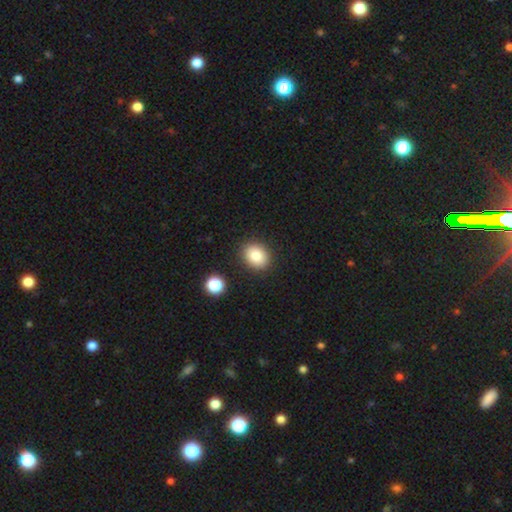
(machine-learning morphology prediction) type=smooth (82%); roundness=round (54%); merging=none (88%).